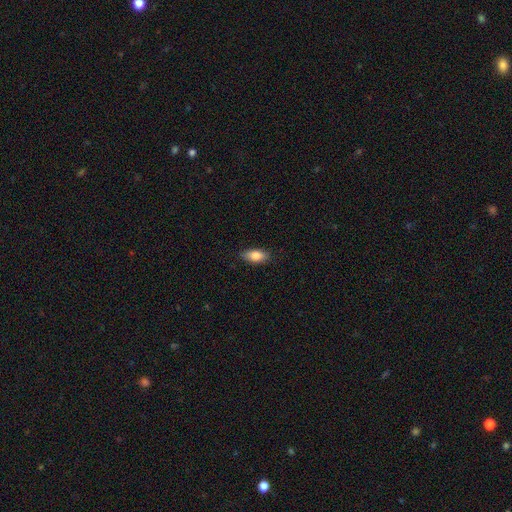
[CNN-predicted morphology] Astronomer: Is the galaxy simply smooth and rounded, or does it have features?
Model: smooth — 83%.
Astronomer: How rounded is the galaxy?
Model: in between — 87%.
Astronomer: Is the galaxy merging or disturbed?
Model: none — 83%.